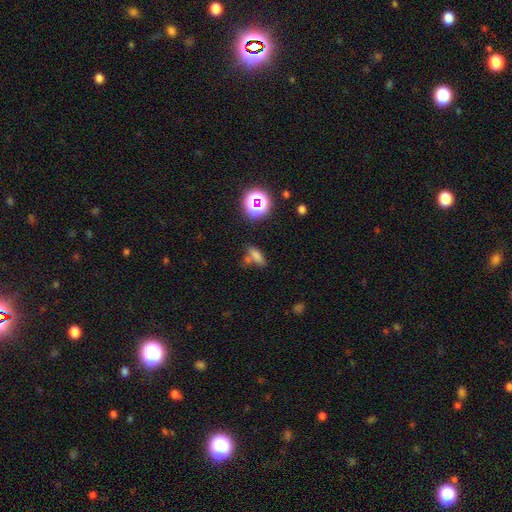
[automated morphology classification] smooth-or-featured: smooth: 69% | star or artifact: 21% | featured or disk: 10%
  how-rounded: in between: 71% | cigar-shaped: 20% | round: 9%
  merging: none: 54% | merger: 22% | minor disturbance: 17% | major disturbance: 7%